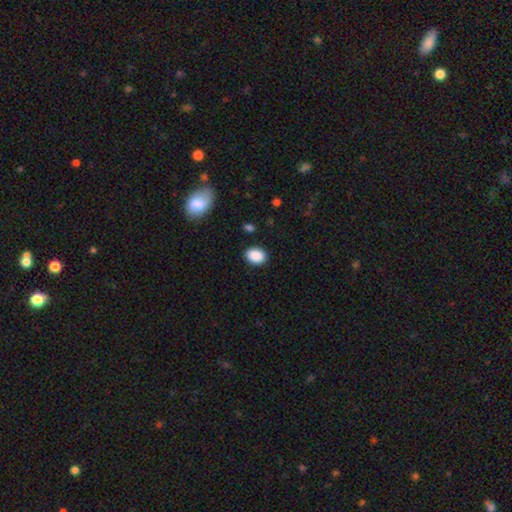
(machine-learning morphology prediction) smooth_or_featured: smooth (p=0.89) [alt: star or artifact p=0.08]
how_rounded: in between (p=0.66) [alt: round p=0.33]
merging: none (p=0.87) [alt: minor disturbance p=0.09]